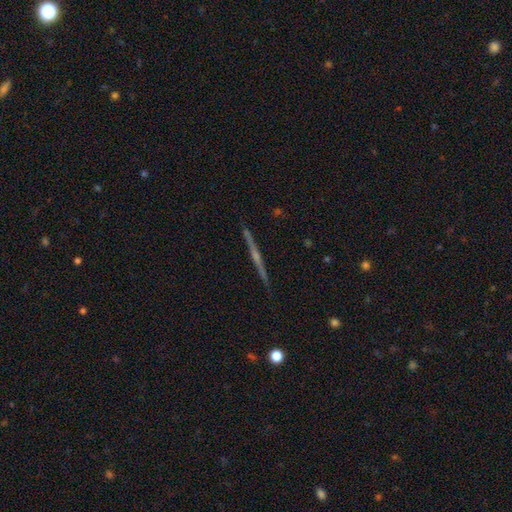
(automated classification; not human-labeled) A featured or disk galaxy (65%) viewed edge-on (94%) with a rounded central bulge (54%).

Vote fractions:
- Smooth or featured? featured or disk: 65% / smooth: 20% / star or artifact: 15%
- Edge-on disk? yes: 94% / no: 6%
- Edge-on bulge? rounded: 54% / none: 35% / boxy: 11%
- Merging? none: 87% / minor disturbance: 7% / merger: 3% / major disturbance: 3%